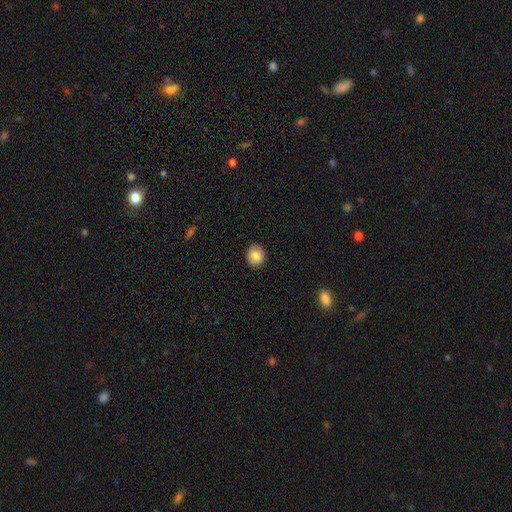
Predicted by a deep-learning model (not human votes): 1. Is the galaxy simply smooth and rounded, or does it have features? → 85% smooth, 8% star or artifact, 7% featured or disk.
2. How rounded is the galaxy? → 73% round, 26% in between, 1% cigar-shaped.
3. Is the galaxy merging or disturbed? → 90% none, 7% minor disturbance, 2% major disturbance, 1% merger.